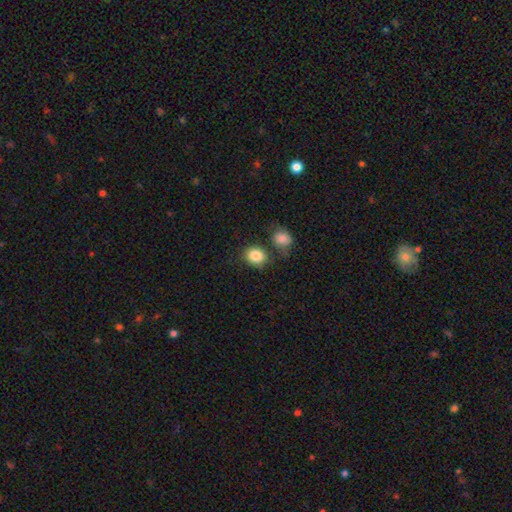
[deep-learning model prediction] Smooth or featured? Predicted: smooth (p=0.85). How rounded? Predicted: round (p=0.64). Merging? Predicted: none (p=0.66).